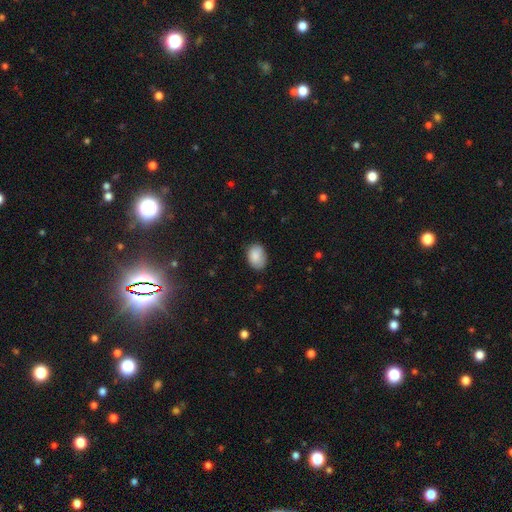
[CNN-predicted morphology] A smooth galaxy with no disk features (86%) that is in between round and cigar-shaped (79%). Merging: none (74%).